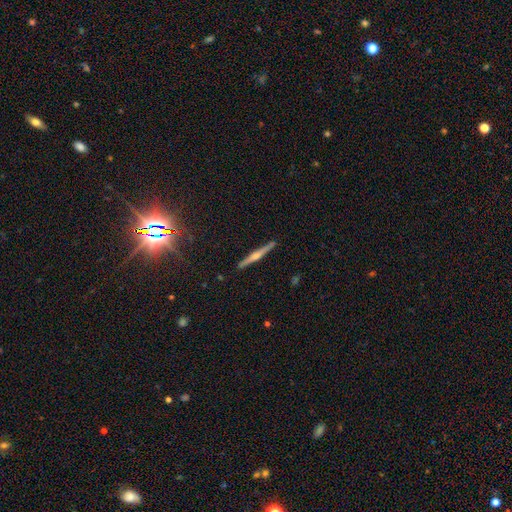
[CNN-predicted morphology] featured or disk 69%, smooth 24%, star or artifact 7%. Down the decision tree: edge-on disk — yes (98%); edge-on bulge — rounded (79%); merging — none (91%).